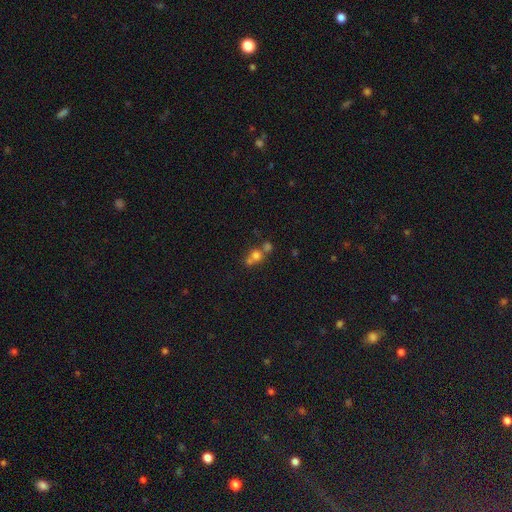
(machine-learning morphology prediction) Overall: smooth (67%). How rounded: round (80%). Merging: merger (54%; none 34%).